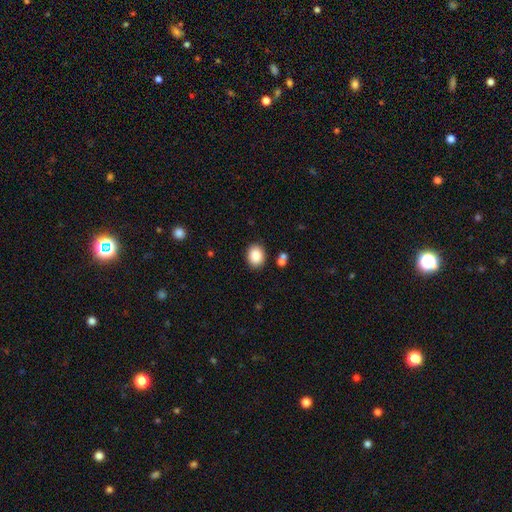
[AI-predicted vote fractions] smooth 88%, star or artifact 8%, featured or disk 4%. Down the decision tree: how rounded — in between (55%); merging — none (84%).